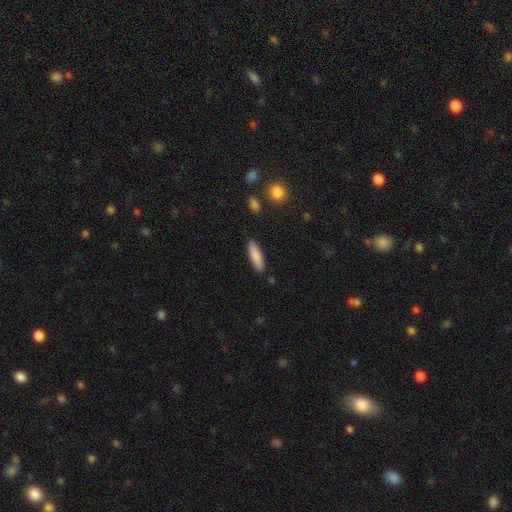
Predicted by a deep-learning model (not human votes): smooth 85%, featured or disk 9%, star or artifact 6%. Down the decision tree: how rounded — cigar-shaped (63%); merging — none (88%).